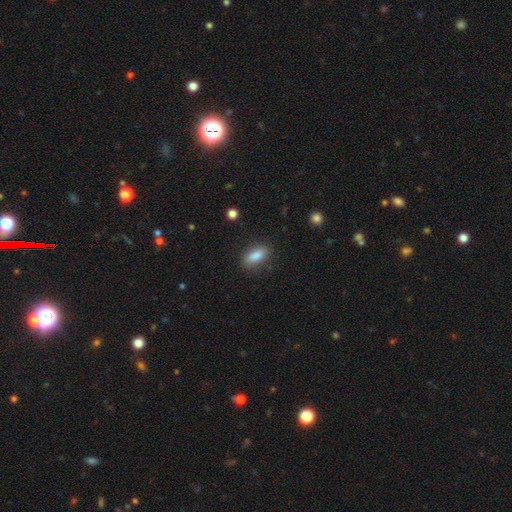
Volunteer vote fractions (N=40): Smooth or featured: smooth — 88% (star or artifact — 8%)
How rounded: in between — 83% (cigar-shaped — 17%)
Merging: none — 78% (minor disturbance — 22%)